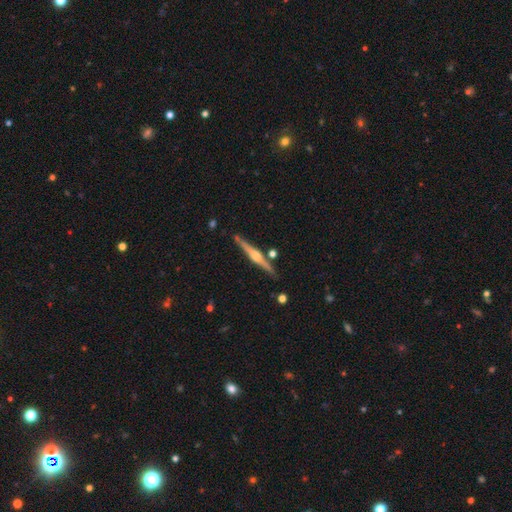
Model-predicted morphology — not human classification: type=featured or disk (78%); edge-on=yes (98%); edge-on bulge=rounded (87%); merging=none (86%).